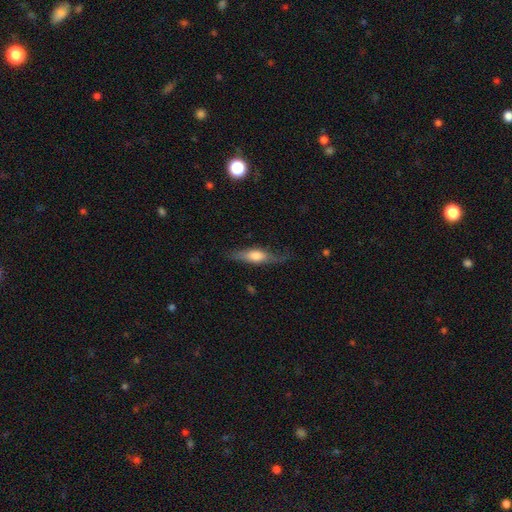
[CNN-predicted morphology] smooth 54%, featured or disk 40%, star or artifact 6%. Down the decision tree: how rounded — cigar-shaped (56%); merging — none (65%).